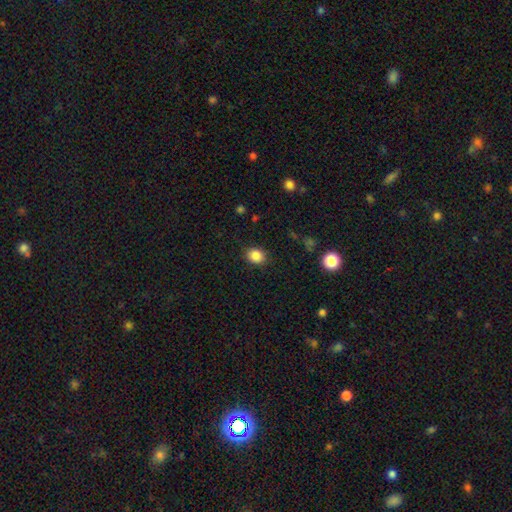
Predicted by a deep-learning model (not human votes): smooth-or-featured: smooth: 86% | star or artifact: 10% | featured or disk: 4%
  how-rounded: round: 55% | in between: 44% | cigar-shaped: 1%
  merging: none: 87% | minor disturbance: 9% | major disturbance: 3% | merger: 1%